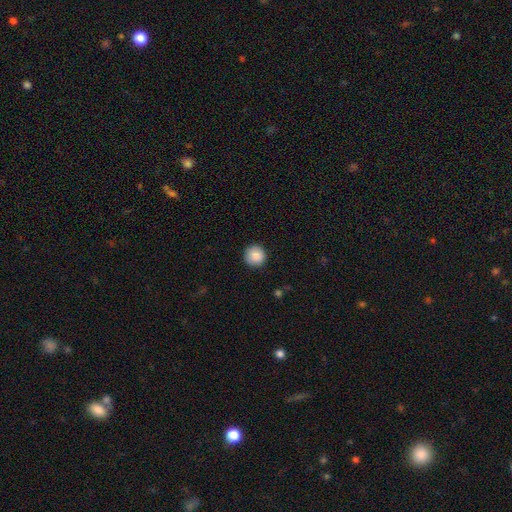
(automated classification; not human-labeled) The model was most divided on "smooth or featured": smooth: 89%, star or artifact: 8%, featured or disk: 3%. More confident: how rounded — round (95%); merging — none (91%).